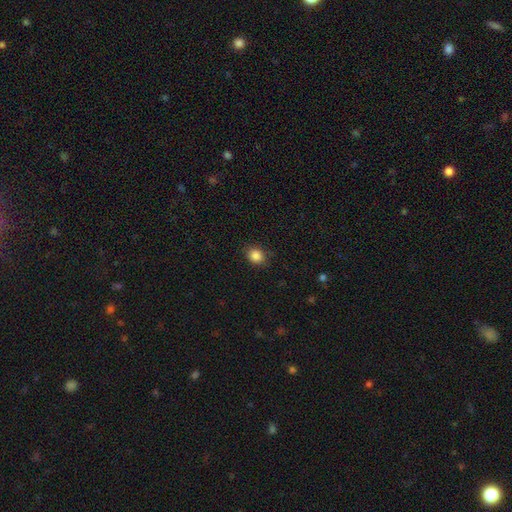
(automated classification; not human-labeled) smooth_or_featured: smooth (p=0.86) [alt: star or artifact p=0.10]
how_rounded: round (p=0.67) [alt: in between p=0.32]
merging: none (p=0.85) [alt: minor disturbance p=0.11]